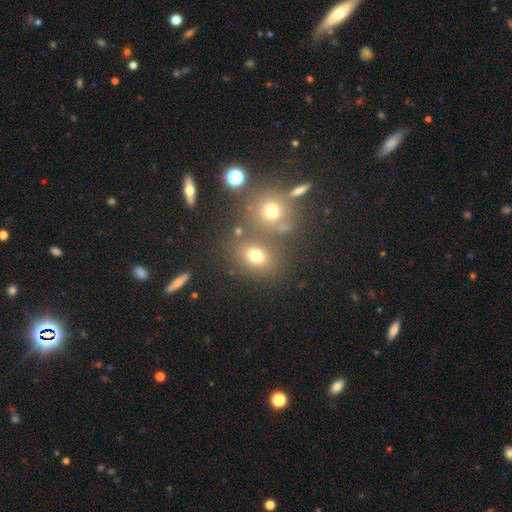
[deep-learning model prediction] smooth 71%, star or artifact 18%, featured or disk 11%. Down the decision tree: how rounded — round (52%); merging — none (62%).